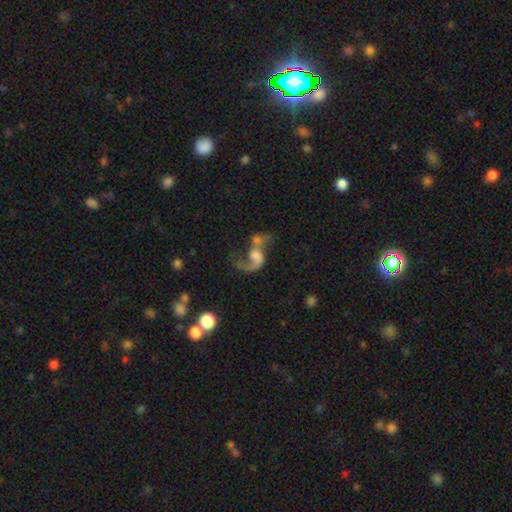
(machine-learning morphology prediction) smooth_or_featured: featured or disk (p=0.71) [alt: smooth p=0.20]
disk_edge_on: no (p=0.97) [alt: yes p=0.03]
bar: no (p=0.64) [alt: weak p=0.29]
has_spiral_arms: yes (p=0.84) [alt: no p=0.16]
spiral_winding: loose (p=0.78) [alt: medium p=0.18]
spiral_arm_count: 1 (p=0.54) [alt: 2 p=0.41]
bulge_size: moderate (p=0.38) [alt: small p=0.27]
merging: merger (p=0.45) [alt: major disturbance p=0.26]